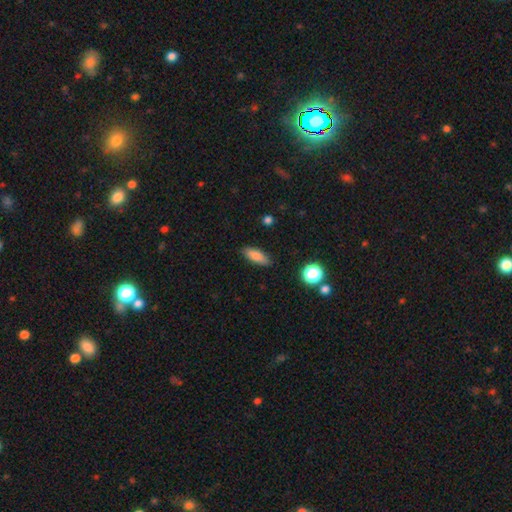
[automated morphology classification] smooth_or_featured: smooth (p=0.81) [alt: featured or disk p=0.11]
how_rounded: in between (p=0.63) [alt: cigar-shaped p=0.34]
merging: none (p=0.86) [alt: minor disturbance p=0.10]